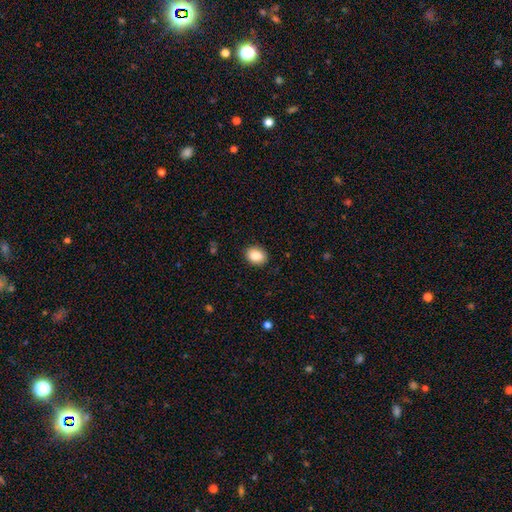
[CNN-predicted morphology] smooth-or-featured: smooth: 88% | star or artifact: 8% | featured or disk: 4%
  how-rounded: in between: 63% | round: 36% | cigar-shaped: 1%
  merging: none: 89% | minor disturbance: 8% | major disturbance: 2% | merger: 1%